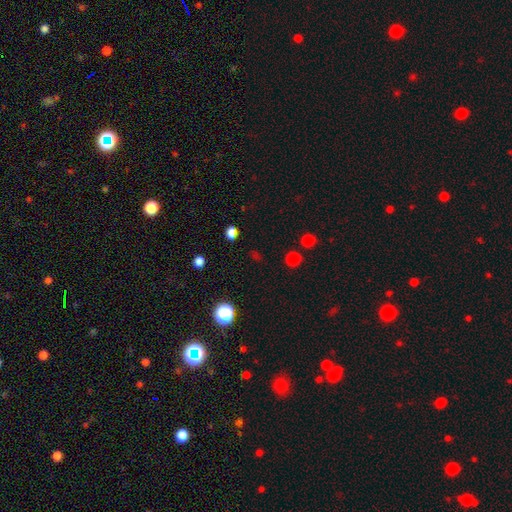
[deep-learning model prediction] A smooth galaxy with no disk features (50%) that is round (79%).

Vote fractions:
- Smooth or featured? smooth: 50% / star or artifact: 43% / featured or disk: 7%
- How rounded? round: 79% / in between: 18% / cigar-shaped: 3%
- Merging? none: 83% / minor disturbance: 9% / major disturbance: 4% / merger: 4%